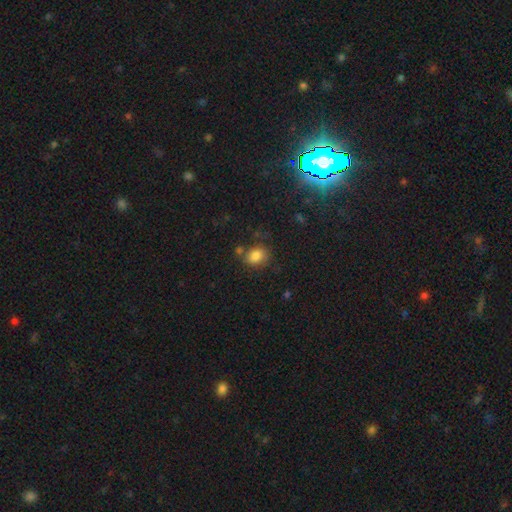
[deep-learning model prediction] The model was most divided on "how rounded": in between: 52%, round: 47%, cigar-shaped: 1%. More confident: smooth or featured — smooth (83%); merging — none (69%).